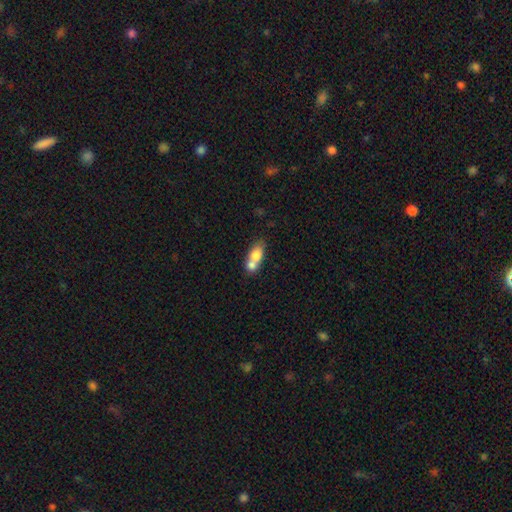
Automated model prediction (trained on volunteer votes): Smooth or featured?
  - smooth: 72% *
  - featured or disk: 20%
  - star or artifact: 8%
How rounded?
  - in between: 70% *
  - round: 20%
  - cigar-shaped: 10%
Merging?
  - merger: 64% *
  - none: 24%
  - minor disturbance: 8%
  - major disturbance: 4%